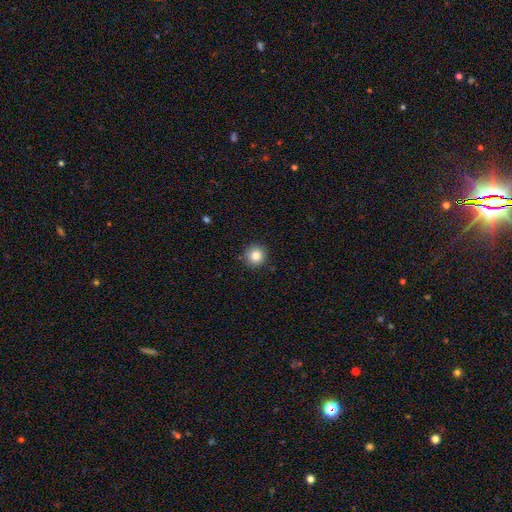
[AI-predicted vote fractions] Smooth or featured?
  - smooth: 84% *
  - star or artifact: 10%
  - featured or disk: 5%
How rounded?
  - round: 95% *
  - in between: 5%
  - cigar-shaped: 1%
Merging?
  - none: 91% *
  - minor disturbance: 6%
  - major disturbance: 2%
  - merger: 1%